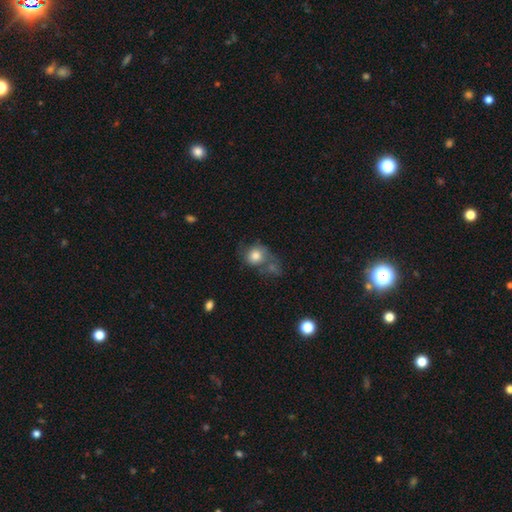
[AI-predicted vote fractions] This is likely a smooth galaxy (77%). How rounded: likely round (74%). Merging: marginally none (36%).